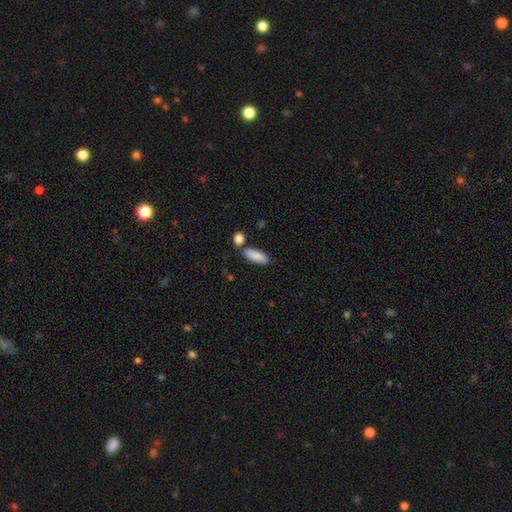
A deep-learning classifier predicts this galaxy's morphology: smooth_or_featured: smooth (p=0.89) [alt: star or artifact p=0.06]
how_rounded: in between (p=0.71) [alt: cigar-shaped p=0.26]
merging: none (p=0.76) [alt: minor disturbance p=0.11]